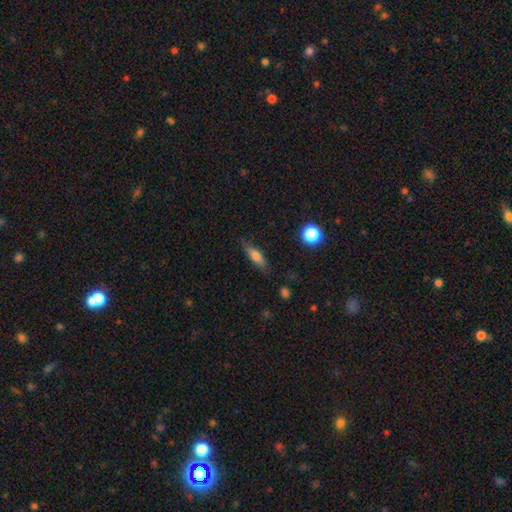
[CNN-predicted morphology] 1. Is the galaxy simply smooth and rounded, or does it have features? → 69% smooth, 22% featured or disk, 9% star or artifact.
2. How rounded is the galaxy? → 54% cigar-shaped, 42% in between, 4% round.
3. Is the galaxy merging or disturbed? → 79% none, 15% minor disturbance, 4% major disturbance, 2% merger.